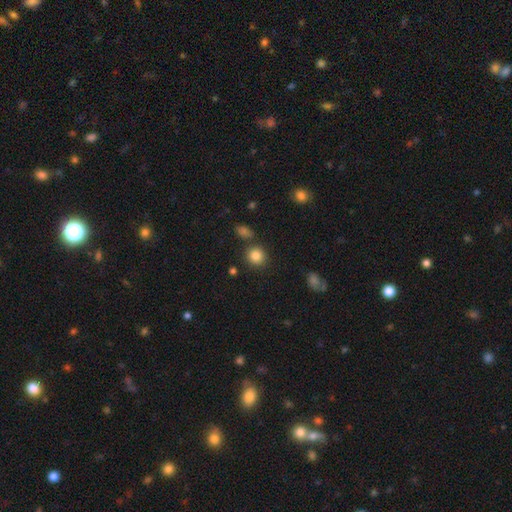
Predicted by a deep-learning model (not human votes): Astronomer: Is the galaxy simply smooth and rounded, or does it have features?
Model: smooth — 85%.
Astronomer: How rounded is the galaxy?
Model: round — 88%.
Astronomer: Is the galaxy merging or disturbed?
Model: none — 81%.